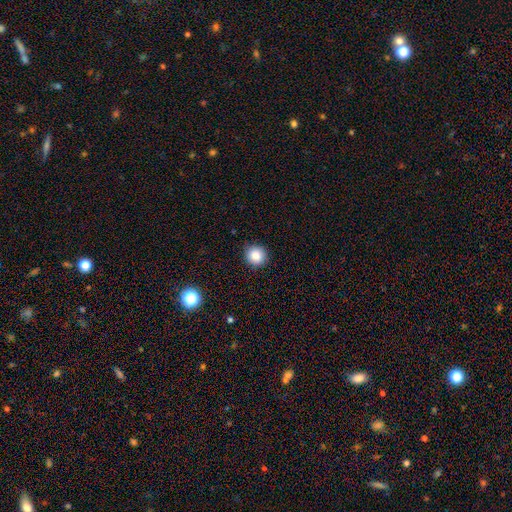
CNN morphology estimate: smooth-or-featured: smooth: 85% | star or artifact: 10% | featured or disk: 5%
  how-rounded: round: 91% | in between: 9% | cigar-shaped: 1%
  merging: none: 89% | minor disturbance: 8% | major disturbance: 2% | merger: 1%